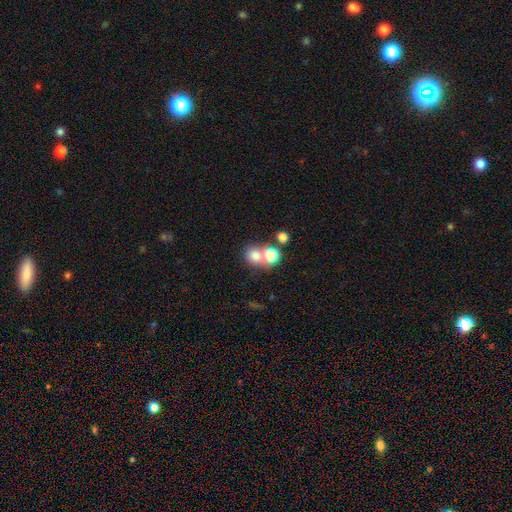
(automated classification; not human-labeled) smooth-or-featured: smooth: 72% | star or artifact: 16% | featured or disk: 12%
  how-rounded: round: 80% | in between: 19% | cigar-shaped: 1%
  merging: merger: 45% | none: 44% | minor disturbance: 7% | major disturbance: 4%